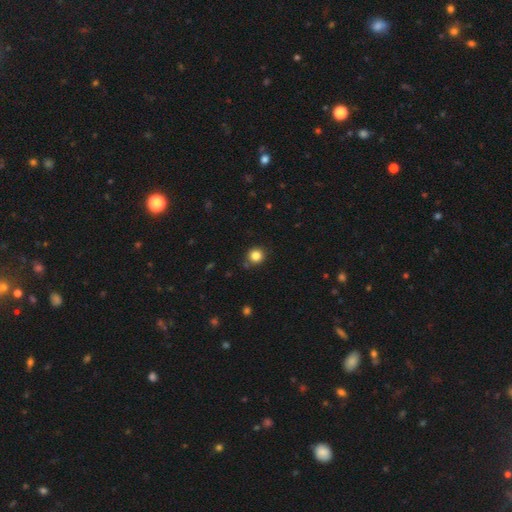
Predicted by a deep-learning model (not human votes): Smooth or featured? smooth (83%)
How rounded? round (91%)
Merging? none (85%)